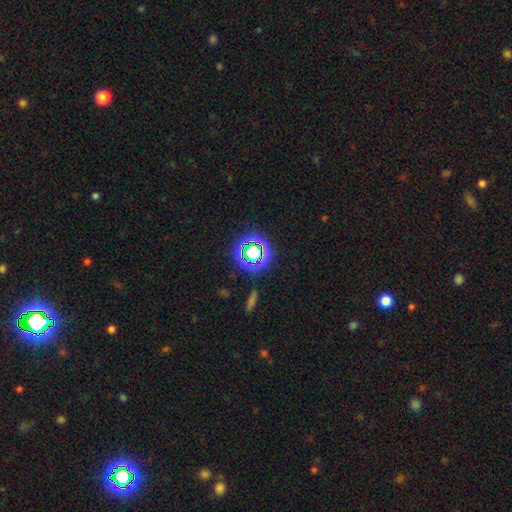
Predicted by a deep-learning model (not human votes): Q: Smooth or featured?
A: star or artifact (57%); runner-up: smooth (31%)